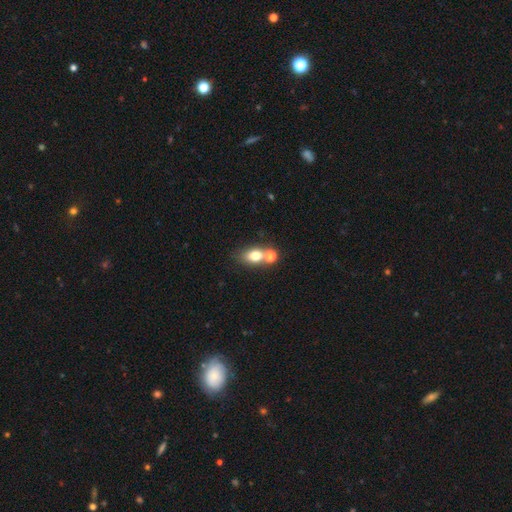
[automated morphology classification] The model was most divided on "merging": none: 45%, merger: 39%, minor disturbance: 10%, major disturbance: 5%. More confident: smooth or featured — smooth (73%); how rounded — in between (64%).